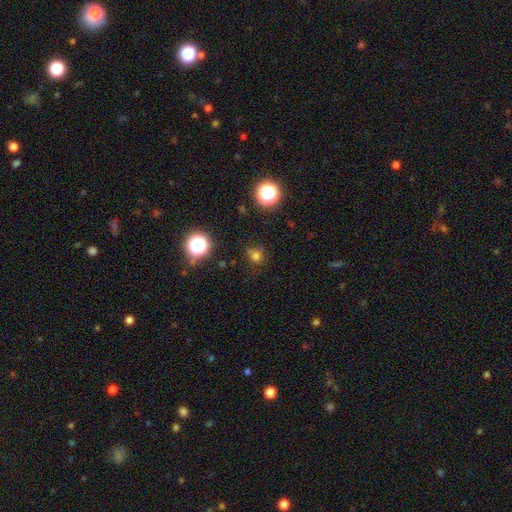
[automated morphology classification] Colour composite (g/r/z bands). It shows a smooth galaxy with no disk features (68%) that is round (86%). Merging: none (75%).